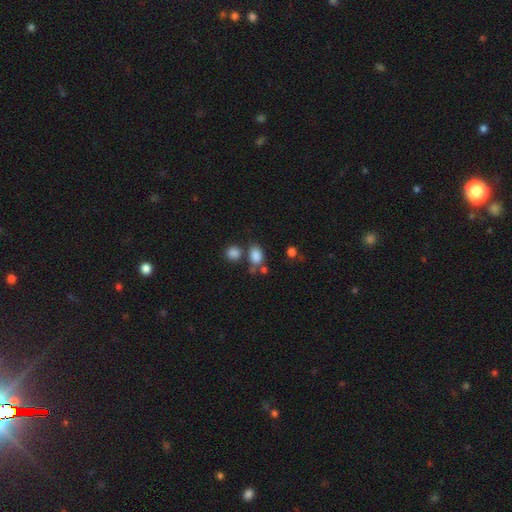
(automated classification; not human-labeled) A smooth galaxy with no disk features (83%) that is in between round and cigar-shaped (72%).

Vote fractions:
- Smooth or featured? smooth: 83% / star or artifact: 11% / featured or disk: 6%
- How rounded? in between: 72% / round: 26% / cigar-shaped: 1%
- Merging? none: 59% / merger: 22% / minor disturbance: 13% / major disturbance: 5%